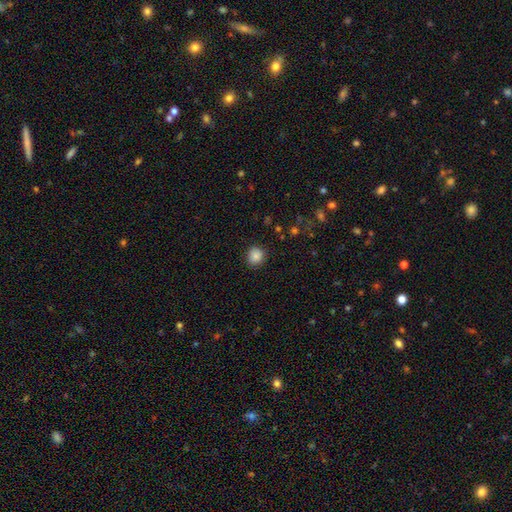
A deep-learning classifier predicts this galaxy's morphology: smooth_or_featured: smooth (p=0.86) [alt: star or artifact p=0.10]
how_rounded: round (p=0.84) [alt: in between p=0.15]
merging: none (p=0.88) [alt: minor disturbance p=0.08]